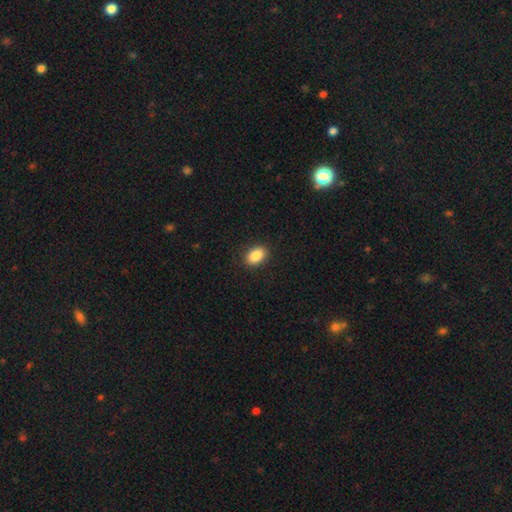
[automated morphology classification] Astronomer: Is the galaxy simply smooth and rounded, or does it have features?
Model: smooth — 87%.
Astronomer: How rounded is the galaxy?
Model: in between — 84%.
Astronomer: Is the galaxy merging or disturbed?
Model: none — 90%.